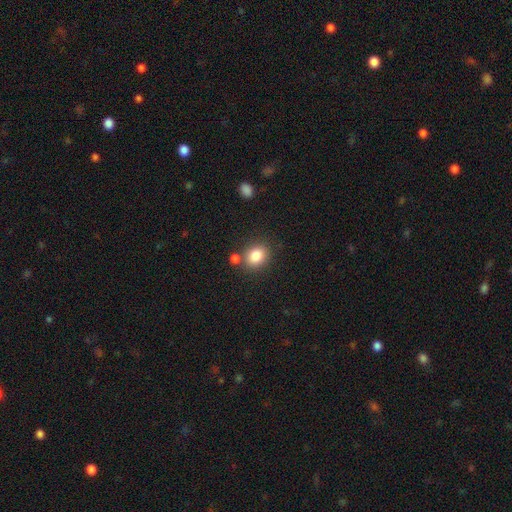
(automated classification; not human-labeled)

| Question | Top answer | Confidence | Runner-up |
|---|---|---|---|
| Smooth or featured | smooth | 83% | star or artifact (10%) |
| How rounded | round | 59% | in between (40%) |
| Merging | none | 74% | merger (12%) |